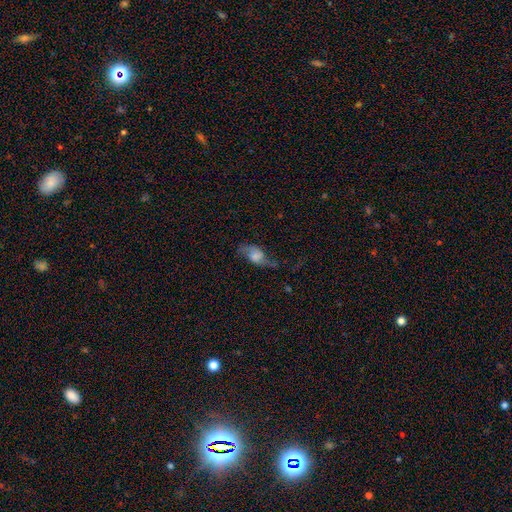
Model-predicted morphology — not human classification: A featured or disk galaxy (61%) with no bar (59%), 2 (89%) loose (76%) spiral arms (89%) and a moderate central bulge (26%).

Vote fractions:
- Smooth or featured? featured or disk: 61% / smooth: 29% / star or artifact: 9%
- Edge-on disk? no: 92% / yes: 8%
- Bar? no: 59% / weak: 33% / strong: 8%
- Spiral arms? yes: 89% / no: 11%
- Spiral winding? loose: 76% / medium: 19% / tight: 5%
- Spiral arm count? 2: 89% / 1: 5% / can't tell: 4% / 3: 1% / 4: 1% / more than 4: 1%
- Bulge size? moderate: 26% / small: 23% / none: 22% / large: 22% / dominant: 6%
- Merging? none: 56% / minor disturbance: 22% / major disturbance: 20% / merger: 3%